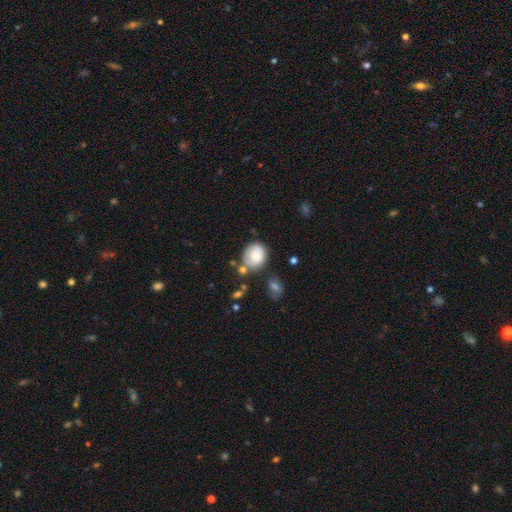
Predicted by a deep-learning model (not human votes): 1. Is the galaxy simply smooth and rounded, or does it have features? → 66% smooth, 26% featured or disk, 8% star or artifact.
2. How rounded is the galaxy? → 63% round, 36% in between, 1% cigar-shaped.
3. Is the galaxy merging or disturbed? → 60% none, 22% minor disturbance, 11% merger, 6% major disturbance.